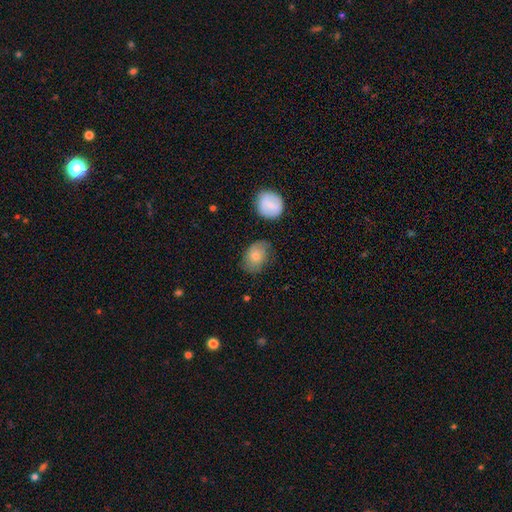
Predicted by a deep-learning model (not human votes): A smooth galaxy with no disk features (65%) that is in between round and cigar-shaped (67%).

Vote fractions:
- Smooth or featured? smooth: 65% / featured or disk: 27% / star or artifact: 8%
- How rounded? in between: 67% / round: 32% / cigar-shaped: 1%
- Merging? none: 66% / minor disturbance: 23% / major disturbance: 7% / merger: 4%